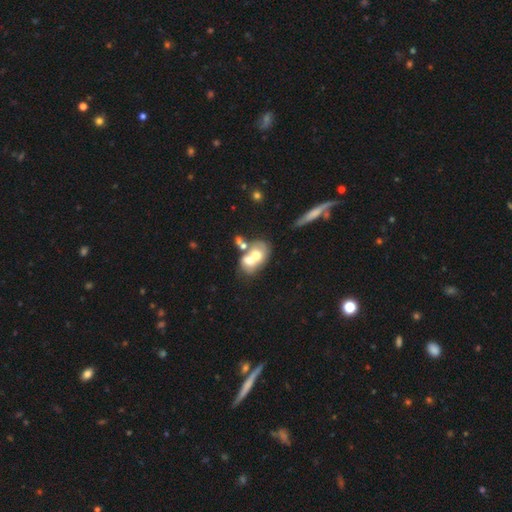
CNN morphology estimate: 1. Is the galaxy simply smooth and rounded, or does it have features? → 54% smooth, 37% featured or disk, 10% star or artifact.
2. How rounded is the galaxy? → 66% in between, 32% round, 2% cigar-shaped.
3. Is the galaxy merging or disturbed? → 66% merger, 19% none, 8% minor disturbance, 6% major disturbance.